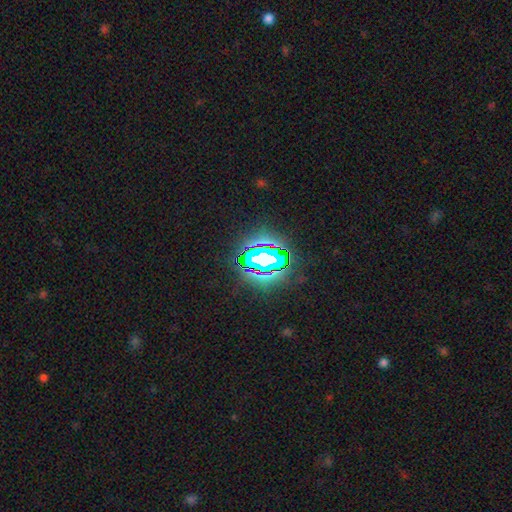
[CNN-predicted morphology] Smooth or featured?
  - star or artifact: 73% *
  - smooth: 14%
  - featured or disk: 13%